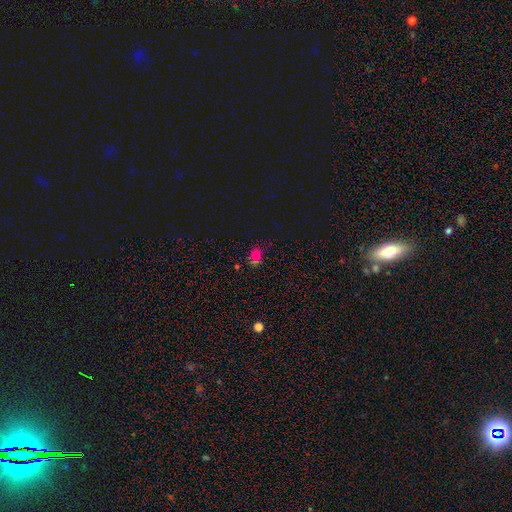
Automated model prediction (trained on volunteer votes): Smooth or featured: smooth — 63% (star or artifact — 29%)
How rounded: round — 54% (in between — 44%)
Merging: none — 66% (minor disturbance — 19%)